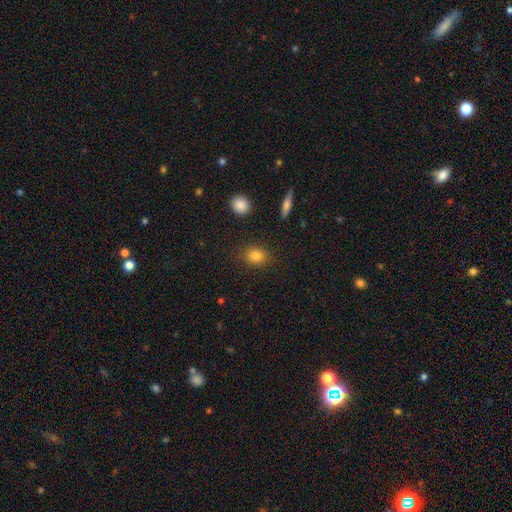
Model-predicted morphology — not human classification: Smooth or featured: smooth — 83% (star or artifact — 10%)
How rounded: round — 52% (in between — 46%)
Merging: none — 87% (minor disturbance — 8%)